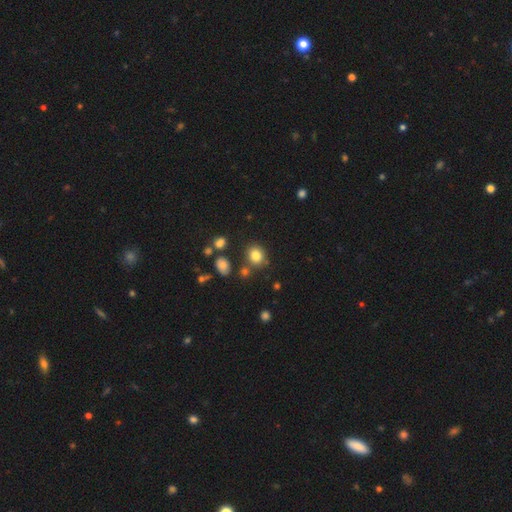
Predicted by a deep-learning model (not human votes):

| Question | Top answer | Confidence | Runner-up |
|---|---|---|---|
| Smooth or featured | smooth | 81% | star or artifact (12%) |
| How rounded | round | 70% | in between (29%) |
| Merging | none | 77% | minor disturbance (12%) |